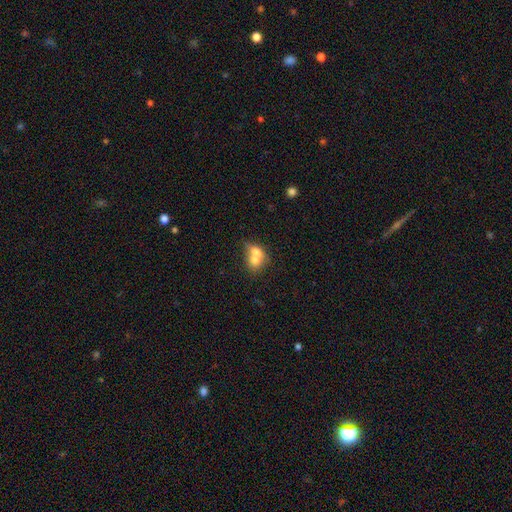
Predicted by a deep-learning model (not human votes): Smooth or featured?
  - smooth: 67% *
  - featured or disk: 24%
  - star or artifact: 9%
How rounded?
  - in between: 50% *
  - round: 48%
  - cigar-shaped: 2%
Merging?
  - merger: 71% *
  - none: 19%
  - minor disturbance: 7%
  - major disturbance: 4%